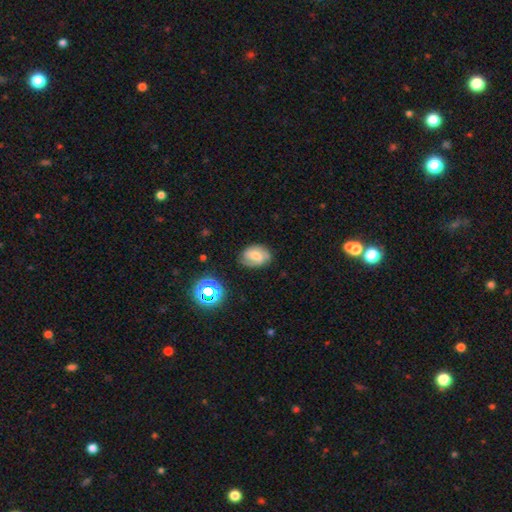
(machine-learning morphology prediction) A smooth galaxy with no disk features (47%). Merging: none (71%).